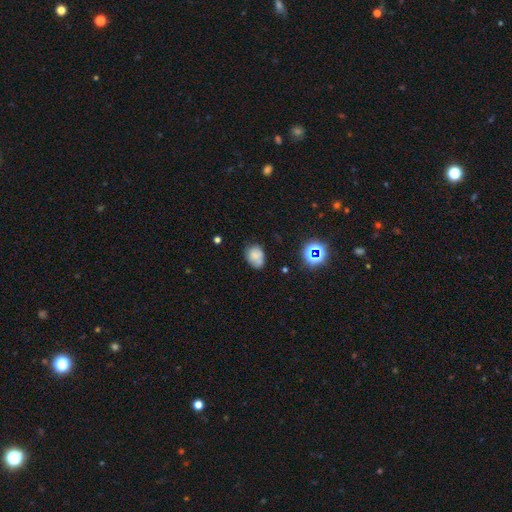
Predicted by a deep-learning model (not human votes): smooth 72%, star or artifact 14%, featured or disk 14%. Down the decision tree: how rounded — in between (67%); merging — none (61%).